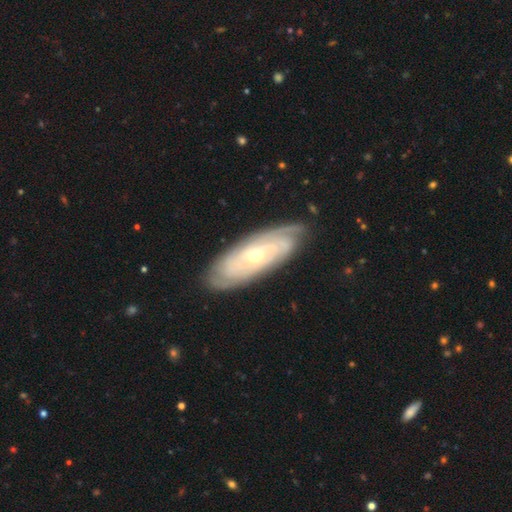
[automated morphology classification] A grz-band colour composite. It shows a featured or disk galaxy (81%) with no bar (70%), tight (77%) spiral arms (91%) and a small central bulge (55%). Merging: none (79%).